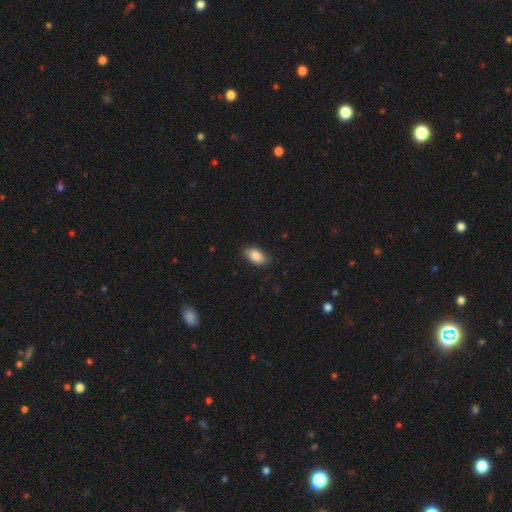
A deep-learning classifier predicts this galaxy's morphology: The model was most divided on "merging": none: 83%, minor disturbance: 13%, major disturbance: 2%, merger: 1%. More confident: how rounded — in between (90%); smooth or featured — smooth (86%).